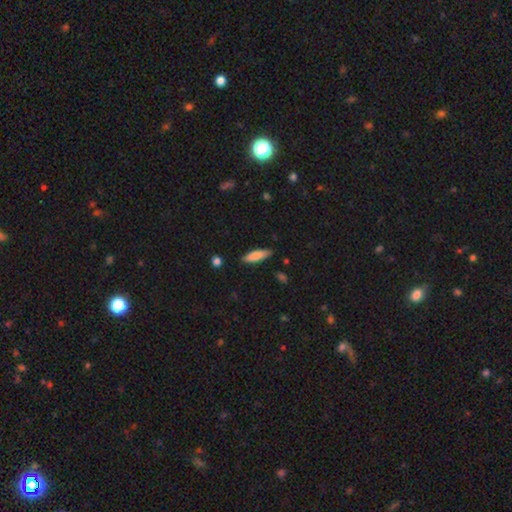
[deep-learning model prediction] smooth-or-featured: smooth: 82% | featured or disk: 12% | star or artifact: 6%
  how-rounded: cigar-shaped: 57% | in between: 41% | round: 2%
  merging: none: 84% | minor disturbance: 12% | major disturbance: 2% | merger: 1%